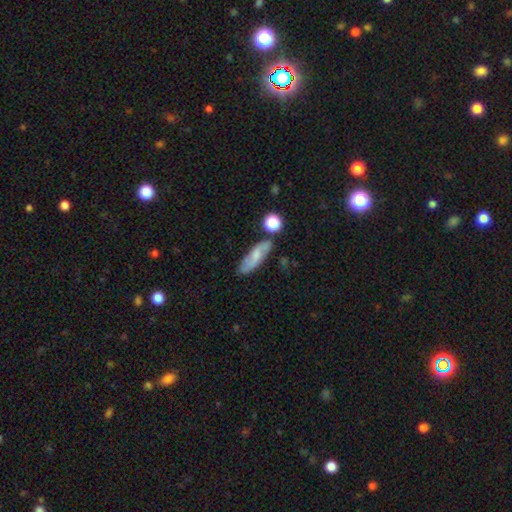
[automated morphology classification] smooth 56%, featured or disk 36%, star or artifact 8%. Down the decision tree: how rounded — cigar-shaped (48%, tied with in between); merging — none (75%).